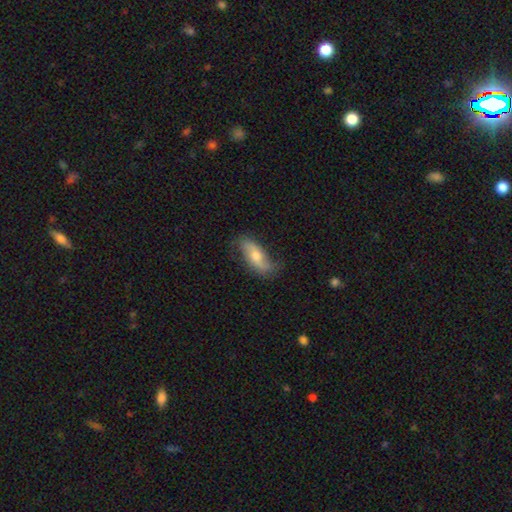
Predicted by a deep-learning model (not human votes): This appears to be a featured or disk galaxy (52%). Merging: none (69%).